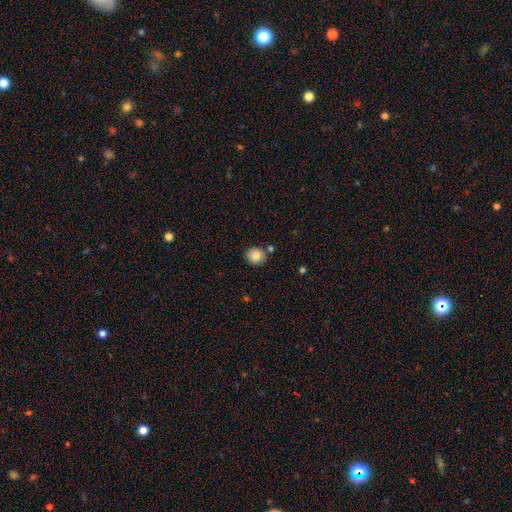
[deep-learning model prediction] Morphology: type=smooth (86%); roundness=round (92%); merging=none (80%).